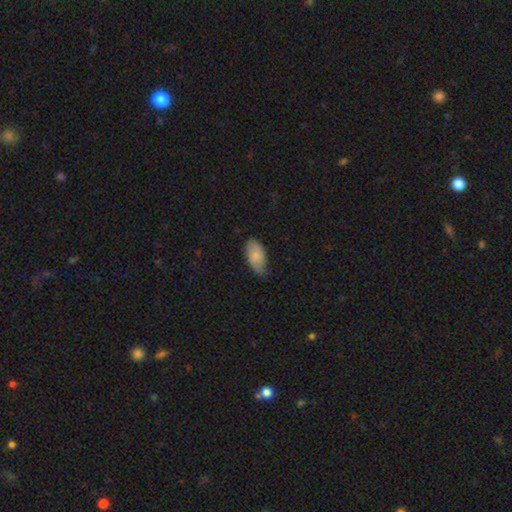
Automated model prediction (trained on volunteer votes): Smooth or featured? Predicted: smooth (p=0.77). How rounded? Predicted: in between (p=0.95). Merging? Predicted: none (p=0.65).